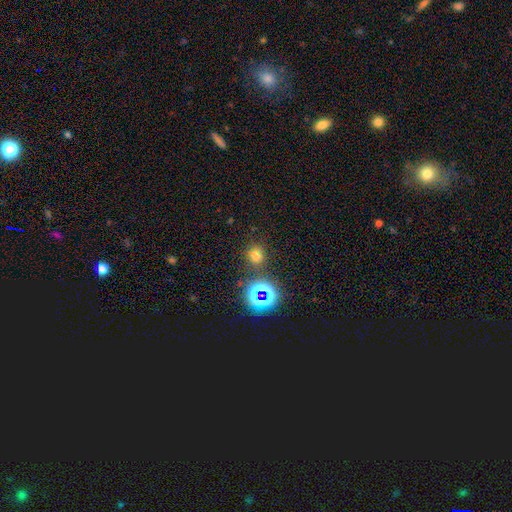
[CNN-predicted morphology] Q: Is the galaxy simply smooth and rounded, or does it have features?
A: smooth — 62%.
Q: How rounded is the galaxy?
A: round — 81%.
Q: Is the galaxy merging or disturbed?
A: none — 78%.